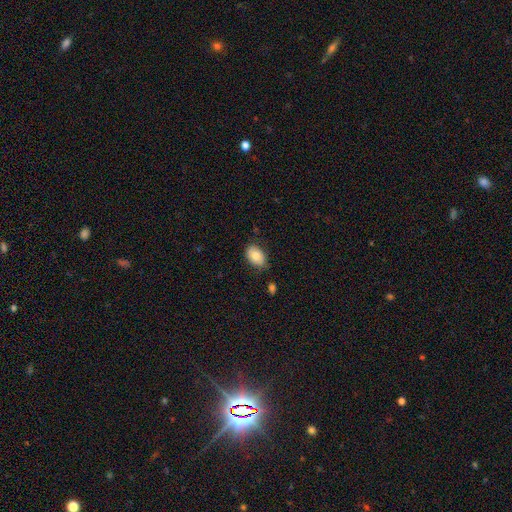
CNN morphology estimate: smooth 79%, featured or disk 14%, star or artifact 7%. Down the decision tree: how rounded — in between (84%); merging — none (77%).